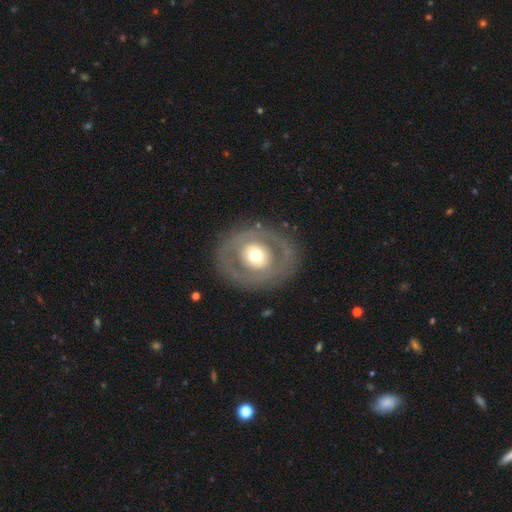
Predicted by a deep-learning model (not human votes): The model was most divided on "smooth or featured": featured or disk: 55%, smooth: 39%, star or artifact: 6%. More confident: edge-on disk — no (95%); spiral arms — no (88%); bar — no (85%); merging — none (81%); bulge size — moderate (61%).